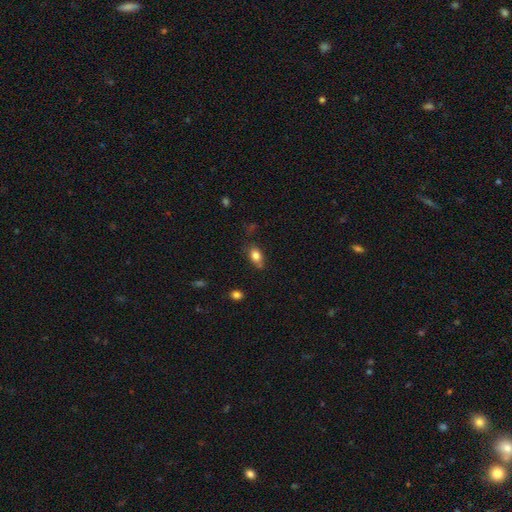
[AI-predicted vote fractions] Smooth or featured?
  - smooth: 80% *
  - featured or disk: 10%
  - star or artifact: 10%
How rounded?
  - in between: 79% *
  - round: 17%
  - cigar-shaped: 3%
Merging?
  - none: 65% *
  - minor disturbance: 24%
  - merger: 6%
  - major disturbance: 5%